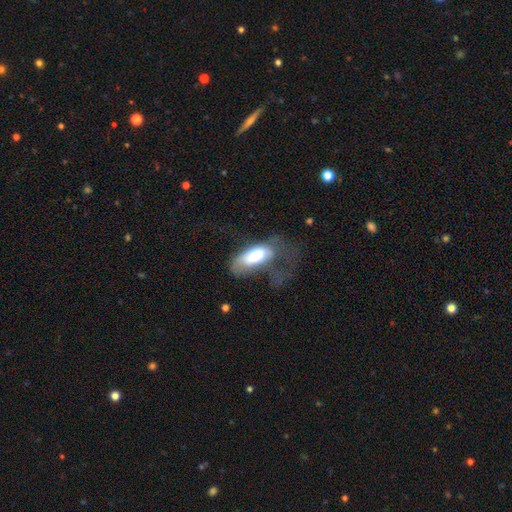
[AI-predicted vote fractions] smooth_or_featured: smooth (p=0.67) [alt: featured or disk p=0.25]
how_rounded: in between (p=0.82) [alt: cigar-shaped p=0.16]
merging: major disturbance (p=0.56) [alt: minor disturbance p=0.23]